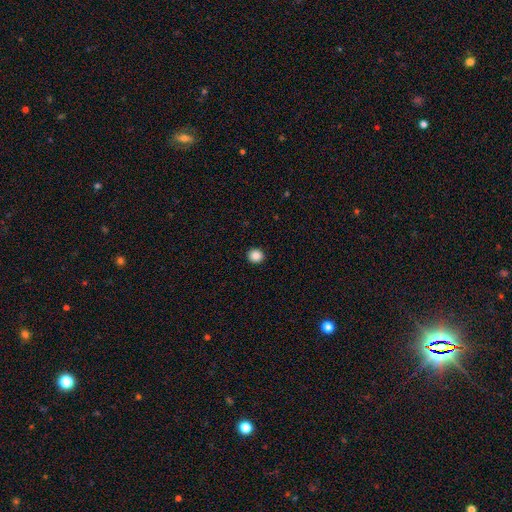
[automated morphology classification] This is clearly a smooth galaxy (87%). How rounded: clearly round (91%). Merging: clearly none (93%).